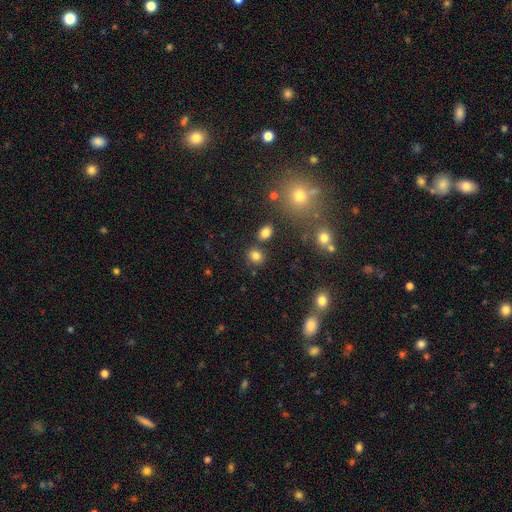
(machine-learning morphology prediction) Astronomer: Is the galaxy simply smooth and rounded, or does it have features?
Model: smooth — 80%.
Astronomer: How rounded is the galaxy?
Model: round — 73%.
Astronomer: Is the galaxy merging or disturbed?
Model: none — 78%.